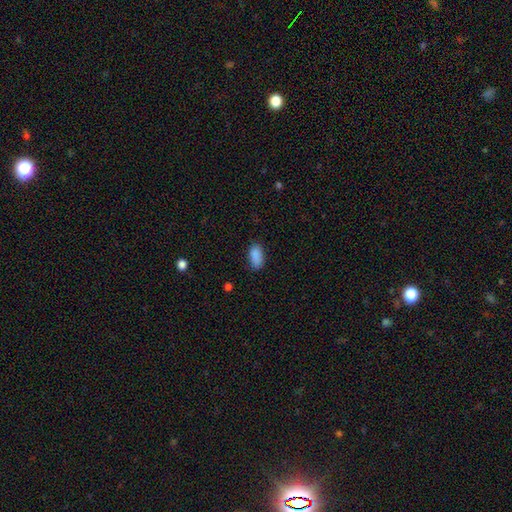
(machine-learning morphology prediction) The model was most divided on "merging": none: 79%, minor disturbance: 17%, major disturbance: 3%, merger: 1%. More confident: how rounded — in between (92%); smooth or featured — smooth (89%).